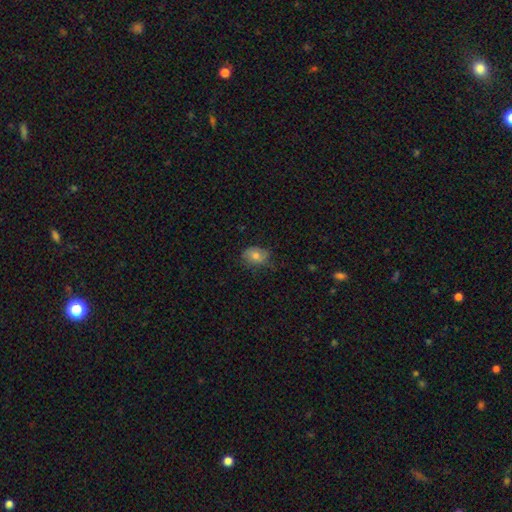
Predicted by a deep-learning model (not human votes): Smooth or featured? smooth (72%)
How rounded? in between (63%)
Merging? none (63%)